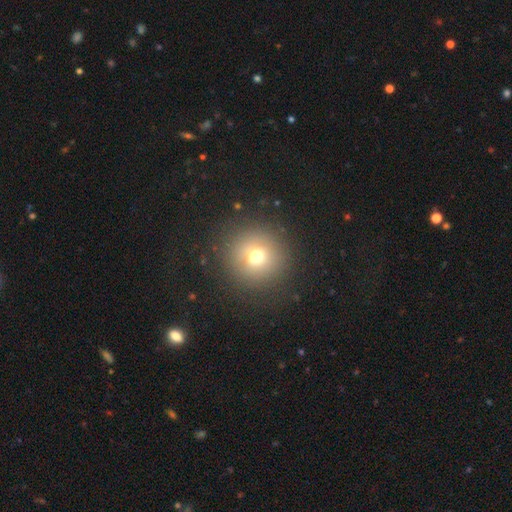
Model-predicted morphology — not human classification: Smooth or featured? smooth (69%)
How rounded? round (94%)
Merging? none (87%)